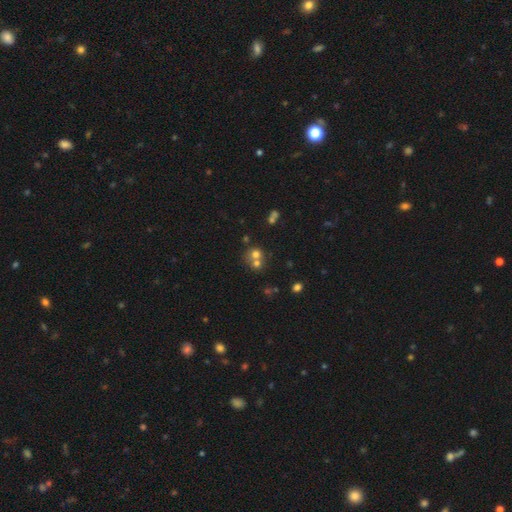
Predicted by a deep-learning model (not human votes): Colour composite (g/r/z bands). It shows a smooth galaxy with no disk features (63%) that is round (81%). Merging: merger (52%).